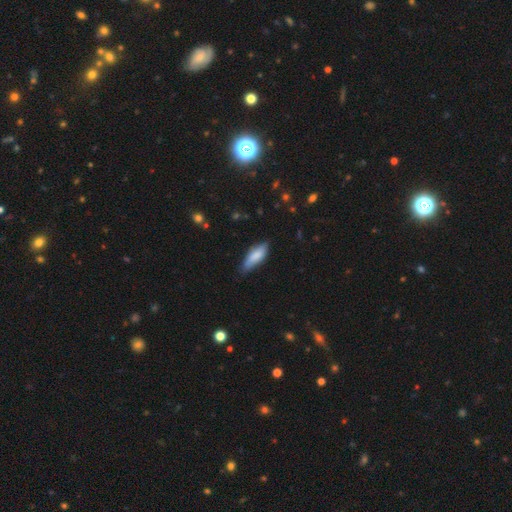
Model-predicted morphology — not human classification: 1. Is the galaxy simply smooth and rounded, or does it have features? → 80% smooth, 15% featured or disk, 6% star or artifact.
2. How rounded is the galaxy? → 66% in between, 32% cigar-shaped, 2% round.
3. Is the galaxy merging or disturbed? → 68% none, 27% minor disturbance, 4% major disturbance, 2% merger.